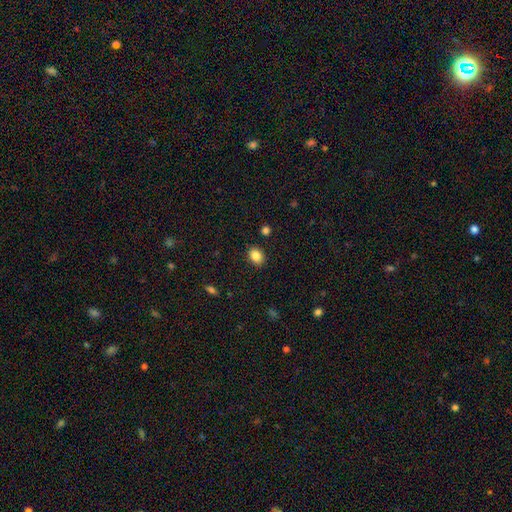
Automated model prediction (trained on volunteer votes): Q: Smooth or featured?
A: smooth (86%); runner-up: star or artifact (9%)
Q: How rounded?
A: in between (59%); runner-up: round (40%)
Q: Merging?
A: none (88%); runner-up: minor disturbance (8%)